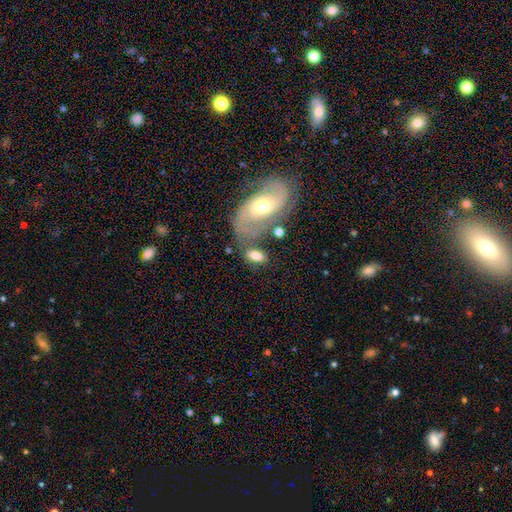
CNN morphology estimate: The model was most divided on "merging": none: 52%, merger: 20%, minor disturbance: 18%, major disturbance: 10%. More confident: how rounded — in between (89%); smooth or featured — smooth (66%).